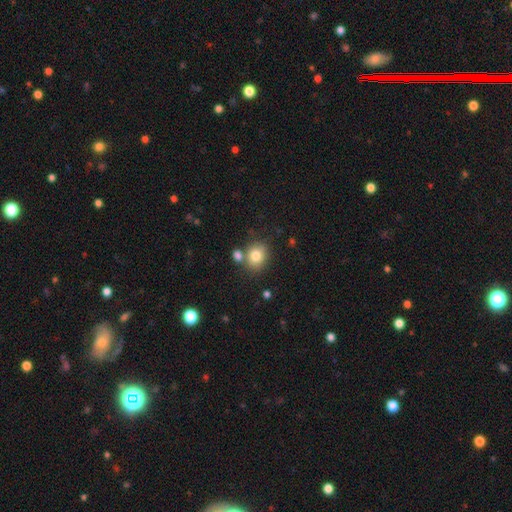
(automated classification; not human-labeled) This is likely a smooth galaxy (79%). How rounded: likely round (67%). Merging: likely none (67%).